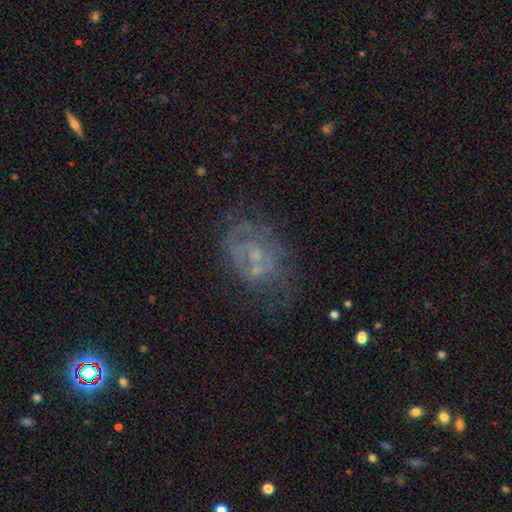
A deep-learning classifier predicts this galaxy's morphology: This is likely a featured or disk galaxy (61%). It is clearly not viewed edge-on (97%). Bar: likely no (77%). Spiral arm pattern: possibly no (52%). Central bulge: possibly small (56%). Merging: possibly none (51%).